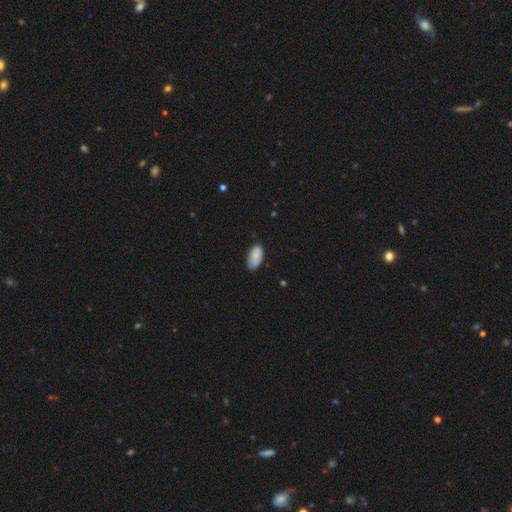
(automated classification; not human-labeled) This is clearly a smooth galaxy (86%). How rounded: clearly in between (94%). Merging: likely none (75%).